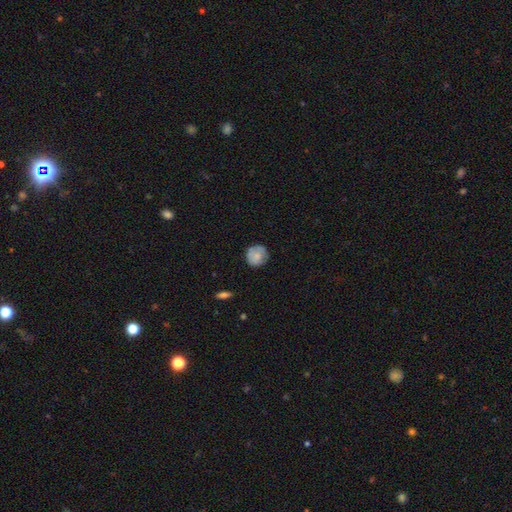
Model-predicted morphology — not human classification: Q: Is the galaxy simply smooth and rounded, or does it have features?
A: smooth — 71%.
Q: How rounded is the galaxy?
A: round — 88%.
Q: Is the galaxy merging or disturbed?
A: none — 75%.